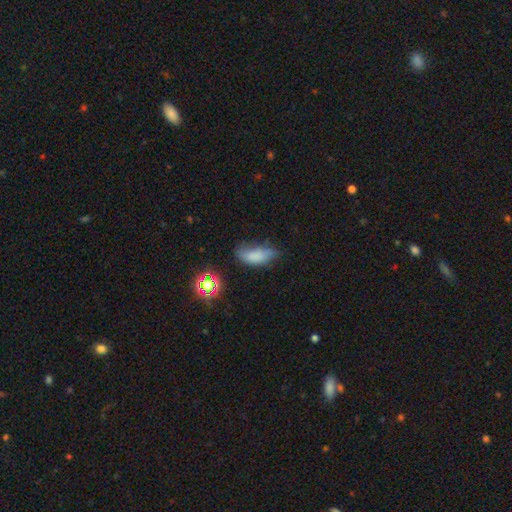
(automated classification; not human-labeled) The model was most divided on "merging": none: 45%, minor disturbance: 36%, major disturbance: 16%, merger: 4%. More confident: how rounded — in between (81%); smooth or featured — smooth (74%).